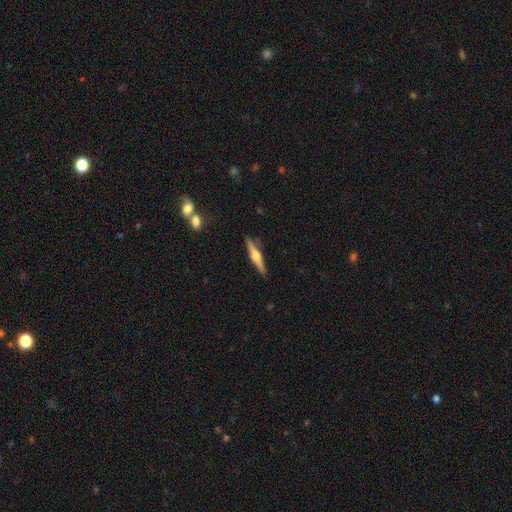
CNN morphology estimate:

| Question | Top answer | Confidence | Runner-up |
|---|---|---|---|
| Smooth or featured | featured or disk | 66% | smooth (29%) |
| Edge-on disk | yes | 97% | no (3%) |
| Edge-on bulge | rounded | 89% | boxy (8%) |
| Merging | none | 88% | minor disturbance (8%) |